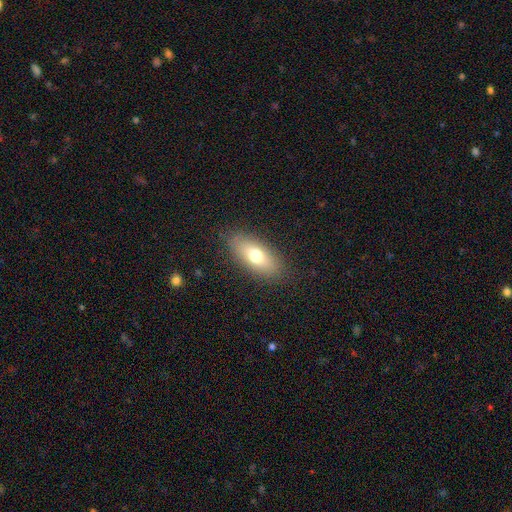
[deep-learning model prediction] A smooth galaxy with no disk features (70%) that is in between round and cigar-shaped (80%). Merging: none (86%).